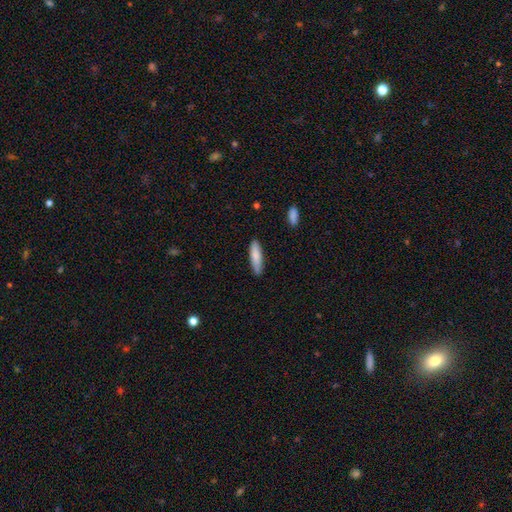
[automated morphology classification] Smooth or featured? smooth (81%)
How rounded? cigar-shaped (70%)
Merging? none (87%)